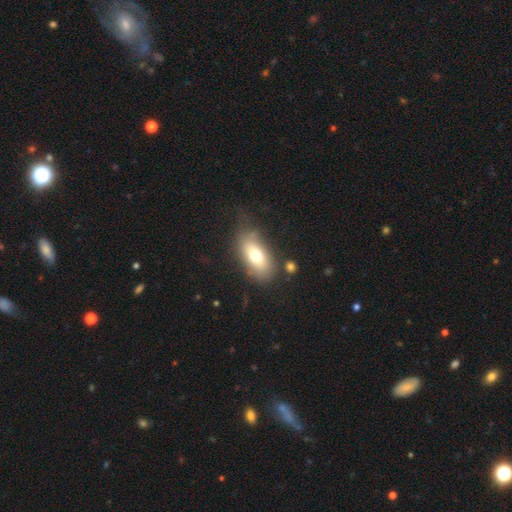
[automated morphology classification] smooth-or-featured: smooth: 71% | featured or disk: 21% | star or artifact: 8%
  how-rounded: in between: 89% | cigar-shaped: 6% | round: 5%
  merging: none: 66% | minor disturbance: 20% | major disturbance: 9% | merger: 4%